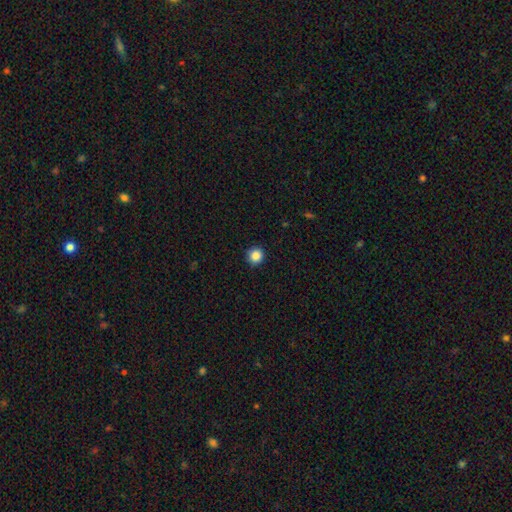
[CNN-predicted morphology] The model was most divided on "smooth or featured": smooth: 87%, star or artifact: 10%, featured or disk: 3%. More confident: how rounded — round (94%); merging — none (91%).